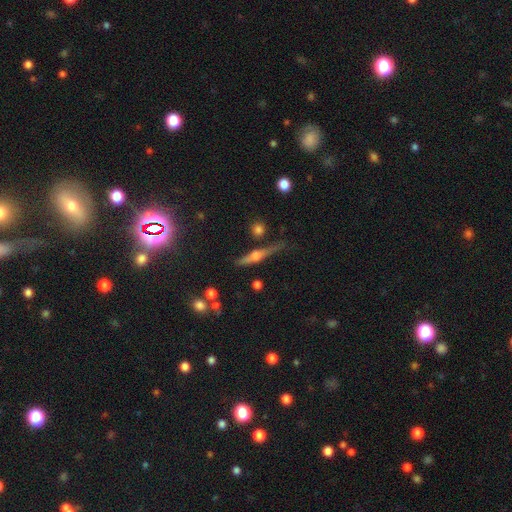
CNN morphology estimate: Q: Smooth or featured?
A: featured or disk (72%); runner-up: smooth (18%)
Q: Edge-on disk?
A: yes (96%); runner-up: no (4%)
Q: Edge-on bulge?
A: rounded (88%); runner-up: boxy (8%)
Q: Merging?
A: none (76%); runner-up: minor disturbance (15%)